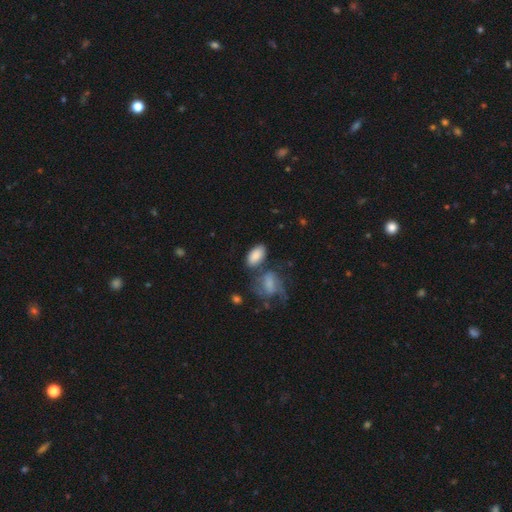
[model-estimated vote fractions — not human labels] Smooth or featured?
  - smooth: 83% *
  - featured or disk: 10%
  - star or artifact: 7%
How rounded?
  - in between: 93% *
  - round: 5%
  - cigar-shaped: 3%
Merging?
  - none: 58% *
  - merger: 18%
  - minor disturbance: 17%
  - major disturbance: 7%